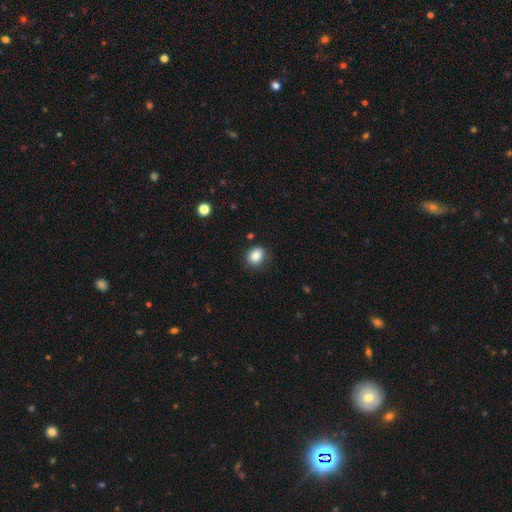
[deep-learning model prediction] A smooth galaxy with no disk features (85%) that is round (61%). Merging: none (82%).